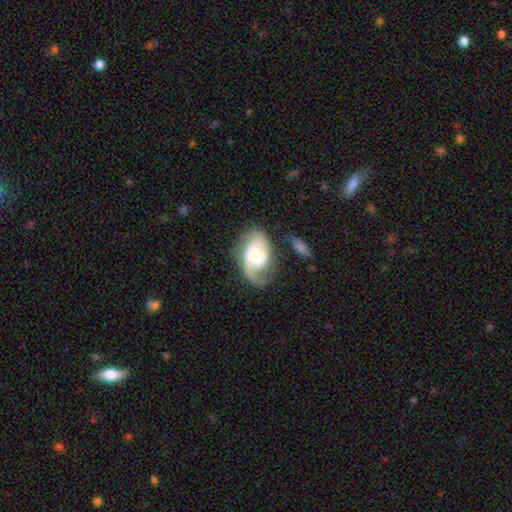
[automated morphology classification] This is likely a featured or disk galaxy (73%). It is clearly not viewed edge-on (96%). Bar: possibly no (58%). Spiral arm pattern: clearly yes (92%). Spiral arm count: likely 2 (64%). Spiral winding: marginally medium (44%). Central bulge: marginally moderate (41%). Merging: possibly none (54%).